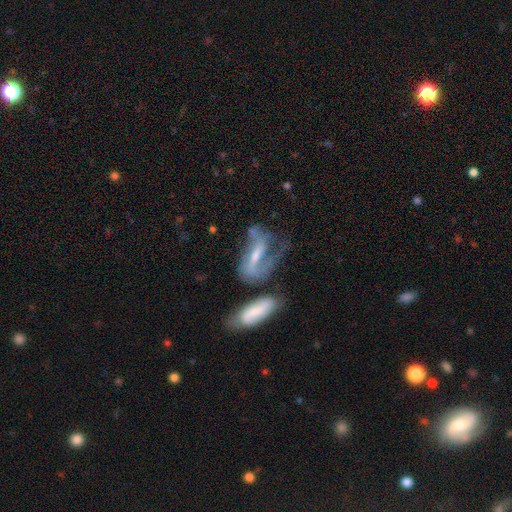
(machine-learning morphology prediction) Q: Smooth or featured?
A: featured or disk (73%); runner-up: smooth (19%)
Q: Edge-on disk?
A: no (88%); runner-up: yes (12%)
Q: Bar?
A: strong (39%); tied with: weak (39%)
Q: Spiral arms?
A: yes (81%); runner-up: no (19%)
Q: Spiral winding?
A: loose (42%); runner-up: medium (38%)
Q: Spiral arm count?
A: 2 (60%); runner-up: 1 (18%)
Q: Bulge size?
A: small (48%); runner-up: moderate (37%)
Q: Merging?
A: none (34%); runner-up: major disturbance (27%)